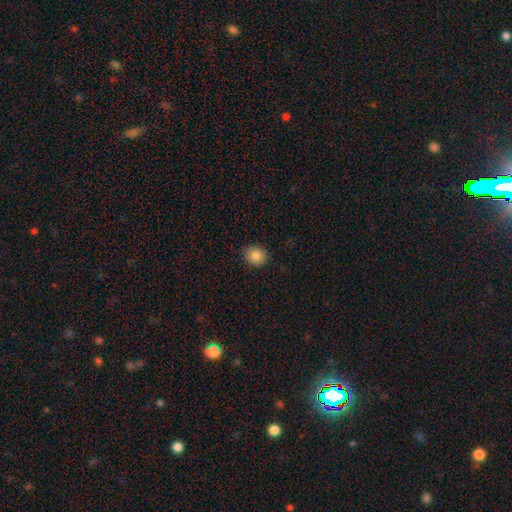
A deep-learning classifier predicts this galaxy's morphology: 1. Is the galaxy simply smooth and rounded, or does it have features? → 85% smooth, 9% star or artifact, 5% featured or disk.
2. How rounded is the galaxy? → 71% round, 28% in between, 1% cigar-shaped.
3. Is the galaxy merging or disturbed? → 88% none, 9% minor disturbance, 2% major disturbance, 1% merger.